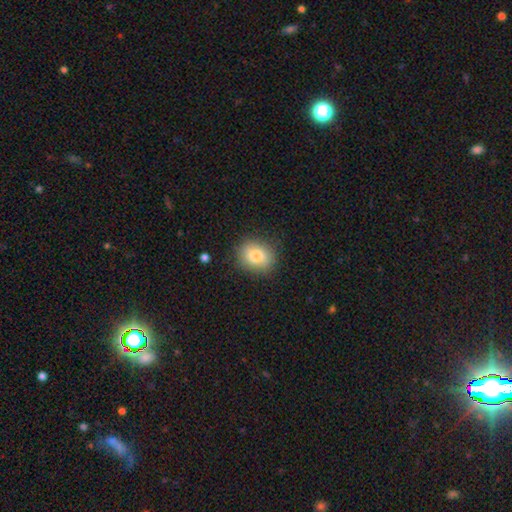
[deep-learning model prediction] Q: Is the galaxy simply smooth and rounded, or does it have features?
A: smooth — 79%.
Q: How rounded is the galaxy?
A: round — 61%.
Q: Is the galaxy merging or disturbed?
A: none — 82%.